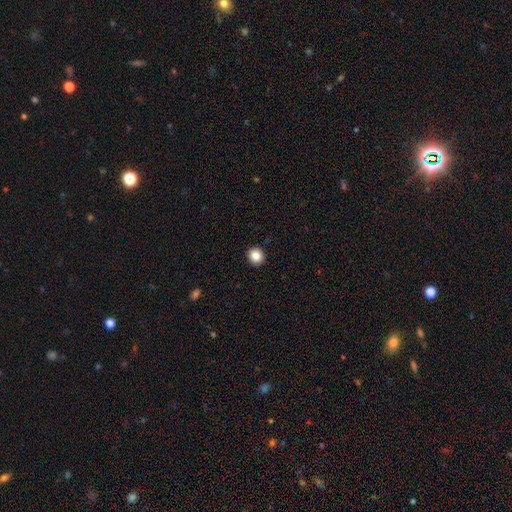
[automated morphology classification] Overall: smooth (86%). How rounded: round (86%). Merging: none (93%).